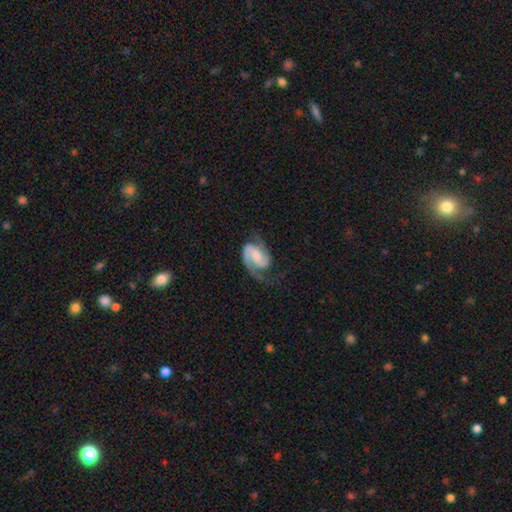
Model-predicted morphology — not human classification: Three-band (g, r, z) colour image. It shows a featured or disk galaxy (87%) with no bar (45%), 2 (86%) medium (50%) spiral arms (98%) and no central bulge (36%). Merging: none (63%).